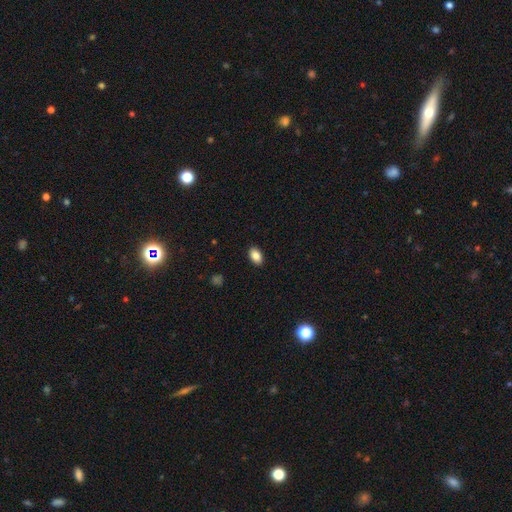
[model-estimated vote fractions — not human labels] Q: Smooth or featured?
A: smooth (87%); runner-up: star or artifact (8%)
Q: How rounded?
A: in between (90%); runner-up: round (9%)
Q: Merging?
A: none (90%); runner-up: minor disturbance (7%)